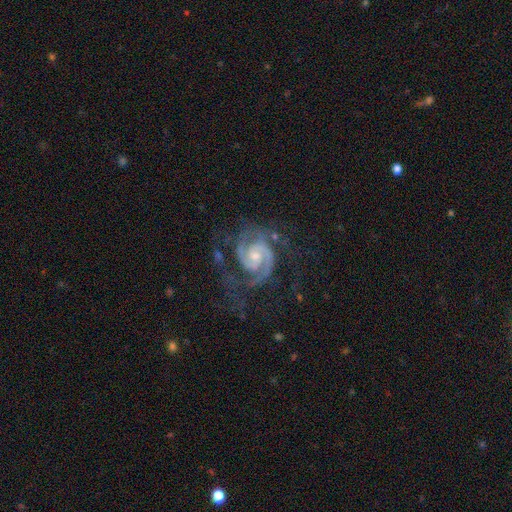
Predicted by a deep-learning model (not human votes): The model was most divided on "bulge size": small: 51%, moderate: 42%, none: 4%, large: 3%, dominant: 1%. More confident: spiral arms — yes (99%); edge-on disk — no (98%); smooth or featured — featured or disk (93%); spiral arm count — 2 (83%); merging — none (61%); bar — no (57%); spiral winding — tight (53%).